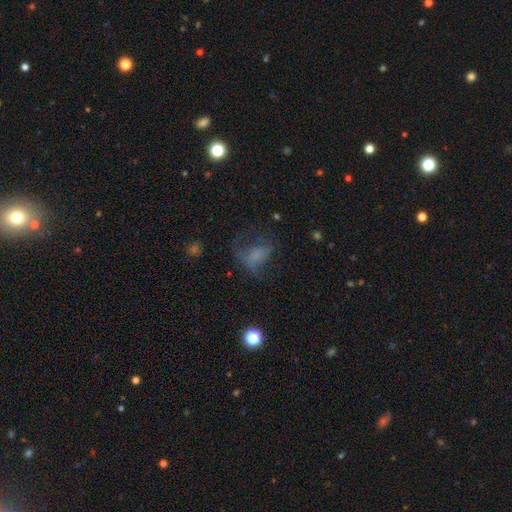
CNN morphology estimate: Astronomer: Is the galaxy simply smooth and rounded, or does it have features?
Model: smooth — 48% (runner-up: featured or disk, 33%).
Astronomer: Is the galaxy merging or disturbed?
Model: major disturbance — 48% (runner-up: none, 30%).